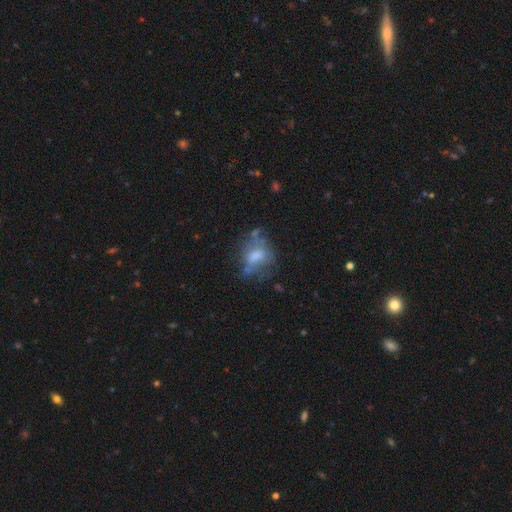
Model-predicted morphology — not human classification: Q: Smooth or featured?
A: smooth (52%); runner-up: featured or disk (36%)
Q: How rounded?
A: in between (65%); runner-up: round (32%)
Q: Merging?
A: none (40%); runner-up: minor disturbance (25%)